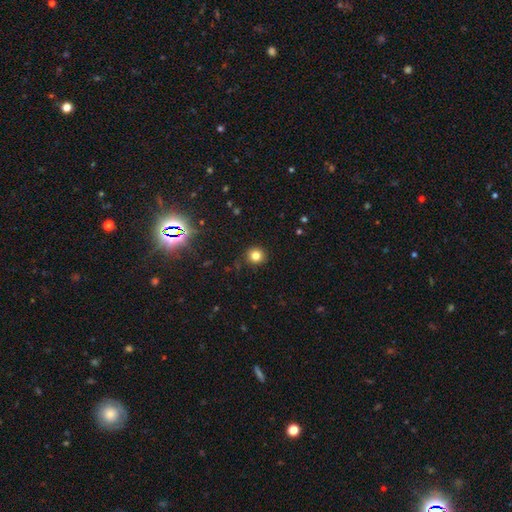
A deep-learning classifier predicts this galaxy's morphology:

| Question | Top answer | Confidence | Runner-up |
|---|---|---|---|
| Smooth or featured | smooth | 79% | star or artifact (15%) |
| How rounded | round | 92% | in between (7%) |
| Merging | none | 89% | minor disturbance (8%) |